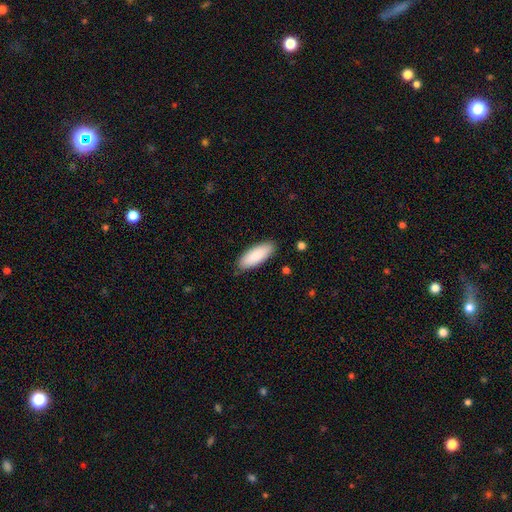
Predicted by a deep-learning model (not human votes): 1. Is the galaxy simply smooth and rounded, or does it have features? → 88% smooth, 6% featured or disk, 5% star or artifact.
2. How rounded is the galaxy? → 72% in between, 27% cigar-shaped, 1% round.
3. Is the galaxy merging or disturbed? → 86% none, 11% minor disturbance, 2% major disturbance, 1% merger.